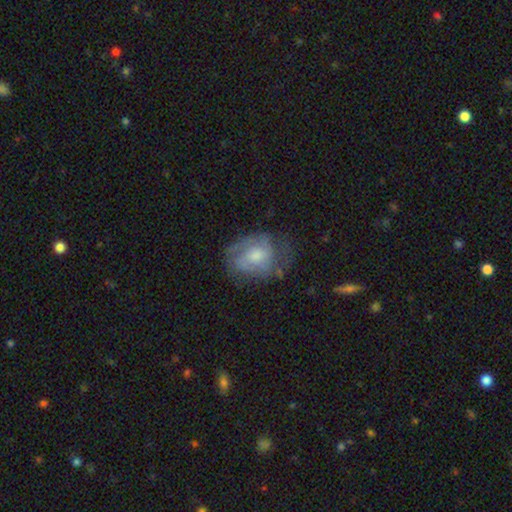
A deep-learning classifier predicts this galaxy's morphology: smooth_or_featured: featured or disk (p=0.53) [alt: smooth p=0.39]
disk_edge_on: no (p=0.97) [alt: yes p=0.03]
bar: no (p=0.69) [alt: weak p=0.28]
has_spiral_arms: yes (p=0.69) [alt: no p=0.31]
bulge_size: moderate (p=0.46) [alt: small p=0.33]
merging: none (p=0.49) [alt: minor disturbance p=0.28]